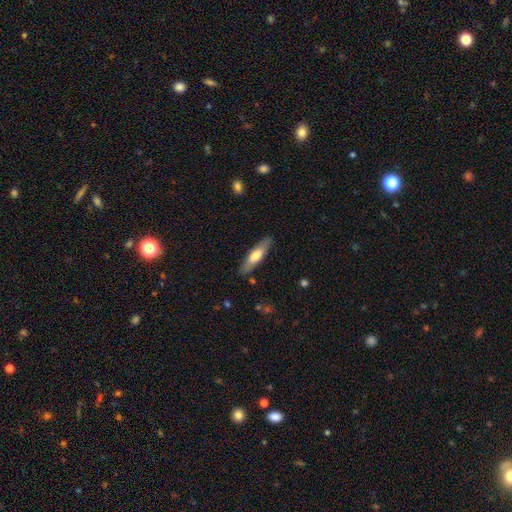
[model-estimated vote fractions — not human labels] This is likely a smooth galaxy (61%). How rounded: likely cigar-shaped (64%). Merging: clearly none (86%).